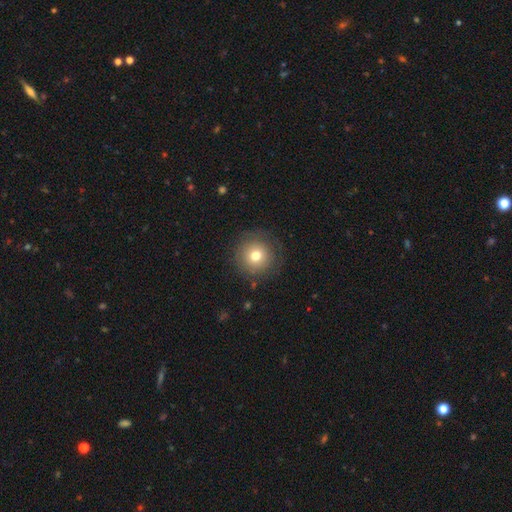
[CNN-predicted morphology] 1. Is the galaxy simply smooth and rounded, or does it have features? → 73% smooth, 15% featured or disk, 12% star or artifact.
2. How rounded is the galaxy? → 95% round, 4% in between, 1% cigar-shaped.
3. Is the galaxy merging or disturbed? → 84% none, 10% minor disturbance, 5% major disturbance, 1% merger.